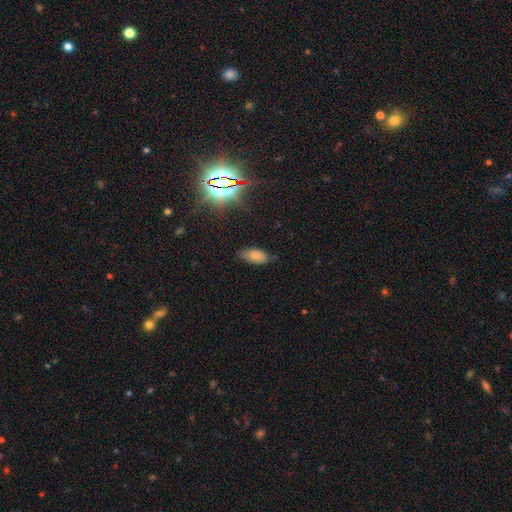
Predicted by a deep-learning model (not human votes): A smooth galaxy with no disk features (77%) that is in between round and cigar-shaped (92%). Merging: none (73%).